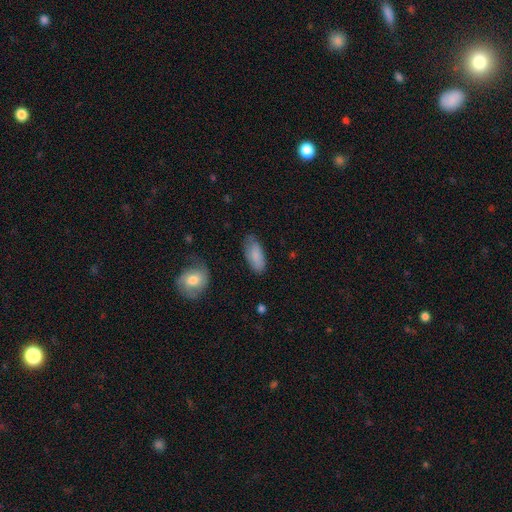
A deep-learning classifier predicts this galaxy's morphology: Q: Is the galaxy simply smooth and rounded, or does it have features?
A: smooth — 84%.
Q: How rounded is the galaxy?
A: in between — 87%.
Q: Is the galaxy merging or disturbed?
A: none — 73%.